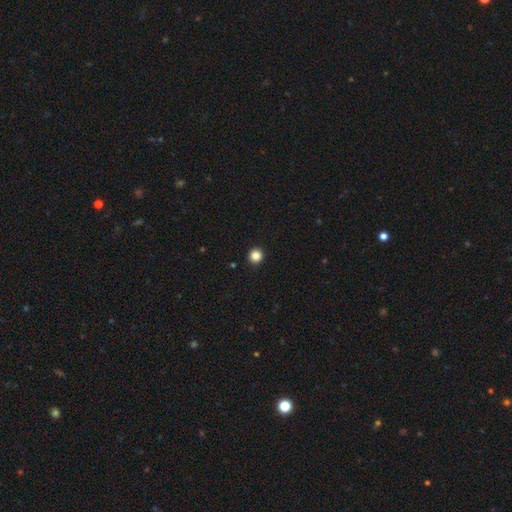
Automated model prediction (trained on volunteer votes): This is clearly a smooth galaxy (85%). How rounded: clearly round (95%). Merging: clearly none (94%).